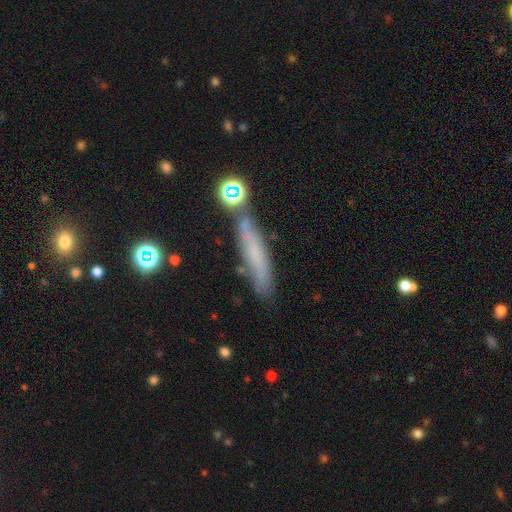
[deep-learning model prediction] smooth 57%, featured or disk 31%, star or artifact 12%. Down the decision tree: how rounded — cigar-shaped (84%); merging — none (70%).